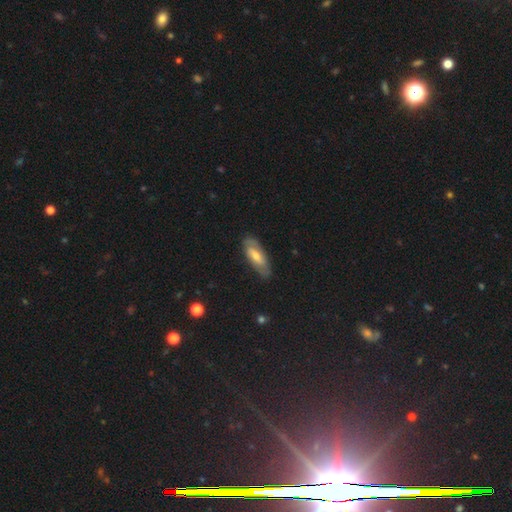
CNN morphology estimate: The model was most divided on "smooth or featured": featured or disk: 54%, smooth: 40%, star or artifact: 7%. More confident: merging — none (79%); edge-on disk — no (78%).